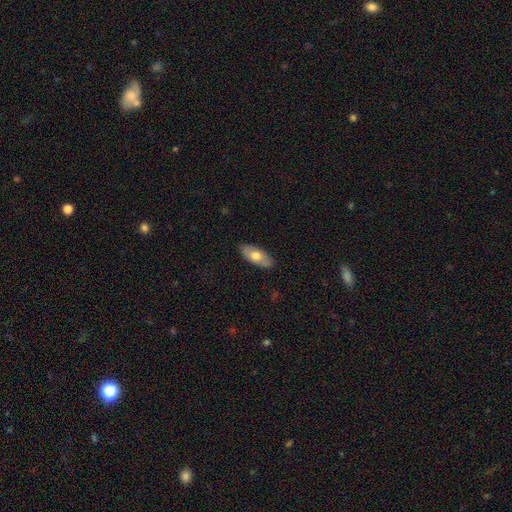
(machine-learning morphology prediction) Smooth or featured: smooth — 64% (featured or disk — 30%)
How rounded: in between — 88% (cigar-shaped — 10%)
Merging: none — 87% (minor disturbance — 10%)